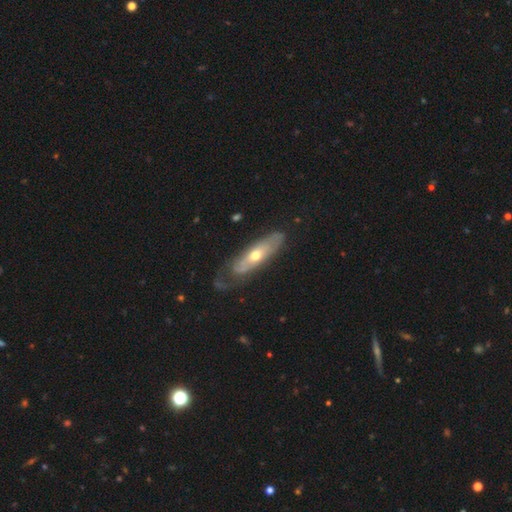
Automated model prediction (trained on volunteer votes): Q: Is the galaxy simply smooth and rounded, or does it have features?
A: featured or disk — 62%.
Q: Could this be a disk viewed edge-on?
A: no — 69%.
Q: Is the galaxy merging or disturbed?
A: none — 54%.